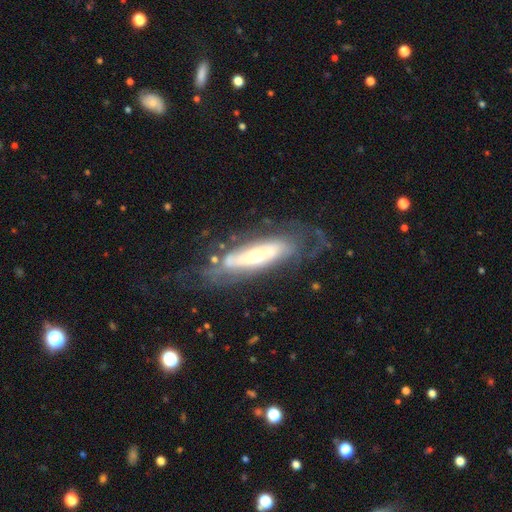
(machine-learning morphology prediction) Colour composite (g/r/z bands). It shows a featured or disk galaxy (75%) with no bar (68%), spiral arms (68%) and a moderate central bulge (60%). Merging: none (57%).